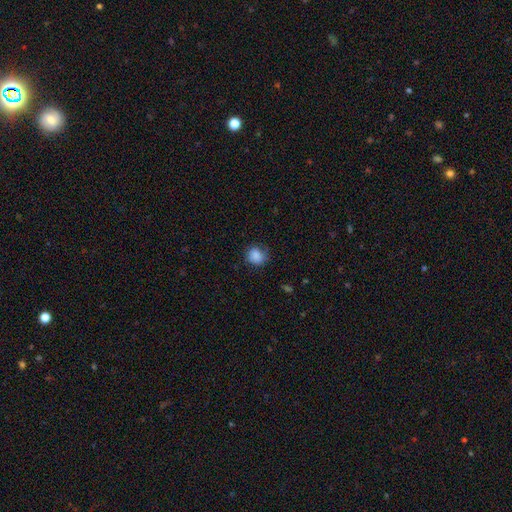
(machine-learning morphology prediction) This is clearly a smooth galaxy (85%). How rounded: likely round (74%). Merging: likely none (67%).